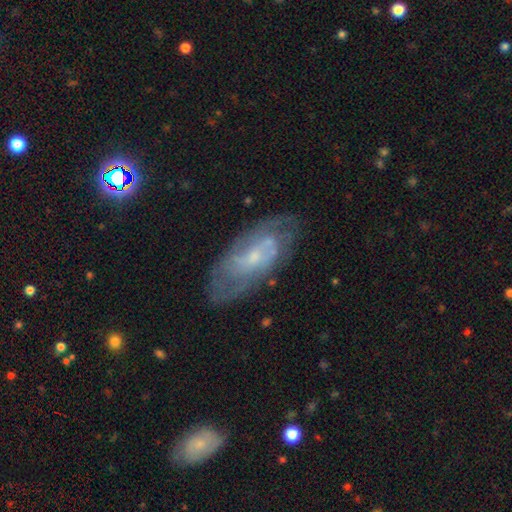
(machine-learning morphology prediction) Smooth or featured? Predicted: featured or disk (p=0.72). Edge-on disk? Predicted: no (p=0.91). Bar? Predicted: no (p=0.57). Spiral arms? Predicted: yes (p=0.79). Spiral winding? Predicted: tight (p=0.50). Spiral arm count? Predicted: can't tell (p=0.51). Bulge size? Predicted: small (p=0.65). Merging? Predicted: none (p=0.69).